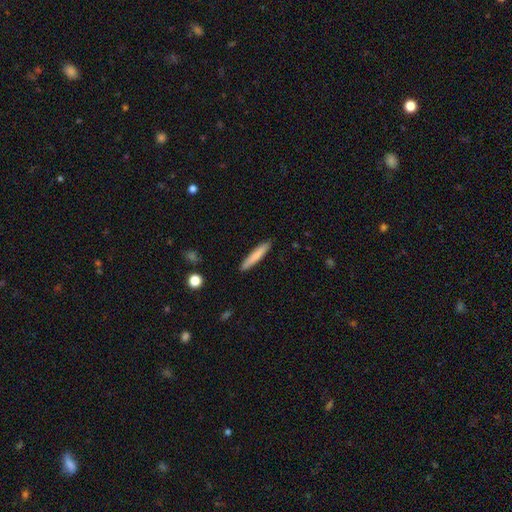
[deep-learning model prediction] Smooth or featured?
  - smooth: 77% *
  - featured or disk: 17%
  - star or artifact: 6%
How rounded?
  - cigar-shaped: 93% *
  - in between: 6%
  - round: 1%
Merging?
  - none: 90% *
  - minor disturbance: 8%
  - major disturbance: 2%
  - merger: 1%